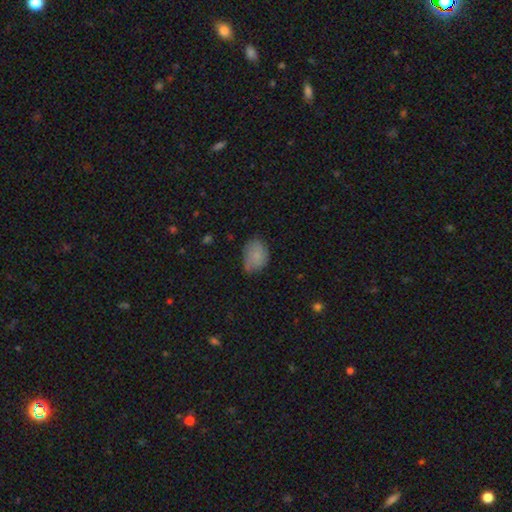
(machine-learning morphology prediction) Smooth or featured: smooth — 80% (featured or disk — 11%)
How rounded: in between — 66% (round — 33%)
Merging: none — 61% (minor disturbance — 30%)